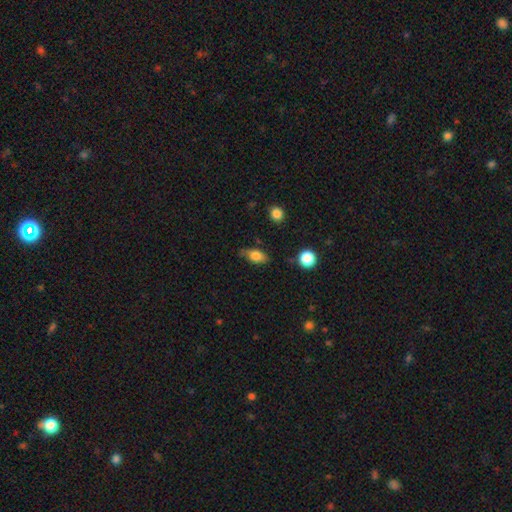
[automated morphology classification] Overall: smooth (78%). How rounded: in between (84%). Merging: none (69%).